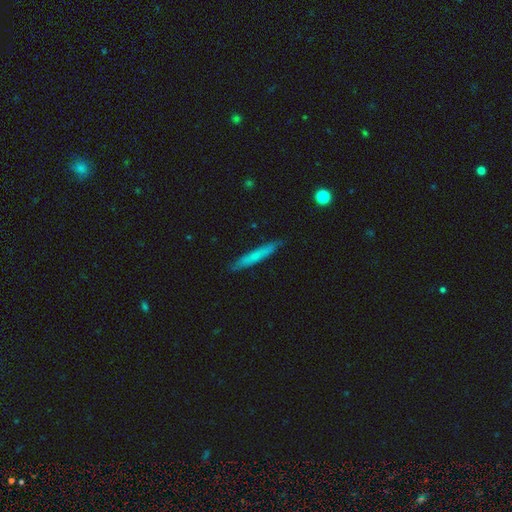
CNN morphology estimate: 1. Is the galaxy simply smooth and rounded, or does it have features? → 61% smooth, 33% featured or disk, 6% star or artifact.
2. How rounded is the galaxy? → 95% cigar-shaped, 4% in between, 1% round.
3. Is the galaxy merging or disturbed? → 88% none, 9% minor disturbance, 2% major disturbance, 1% merger.